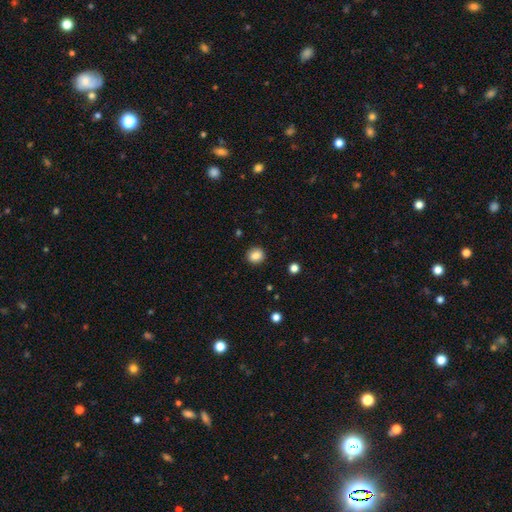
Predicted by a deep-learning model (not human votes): Q: Smooth or featured?
A: smooth (85%); runner-up: star or artifact (10%)
Q: How rounded?
A: round (81%); runner-up: in between (18%)
Q: Merging?
A: none (90%); runner-up: minor disturbance (7%)